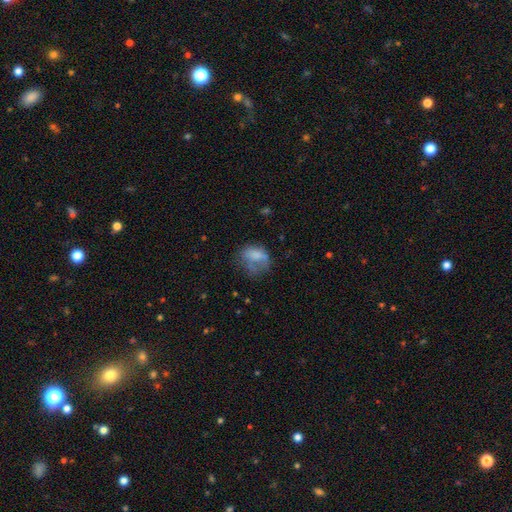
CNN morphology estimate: type=smooth (65%); roundness=in between (60%); merging=major disturbance (37%).